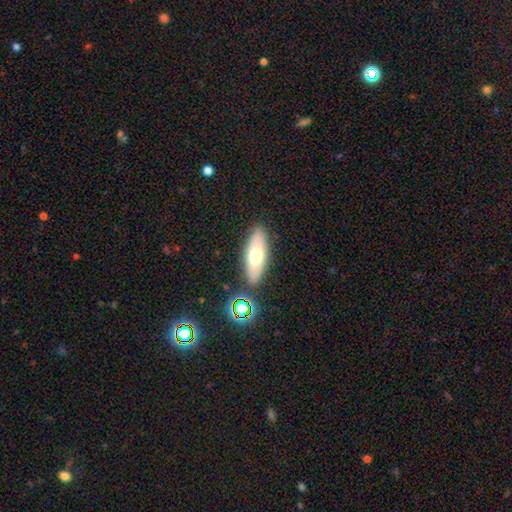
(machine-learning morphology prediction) A smooth galaxy with no disk features (61%) that is in between round and cigar-shaped (69%).

Vote fractions:
- Smooth or featured? smooth: 61% / featured or disk: 31% / star or artifact: 9%
- How rounded? in between: 69% / cigar-shaped: 28% / round: 3%
- Merging? none: 83% / minor disturbance: 10% / merger: 5% / major disturbance: 3%